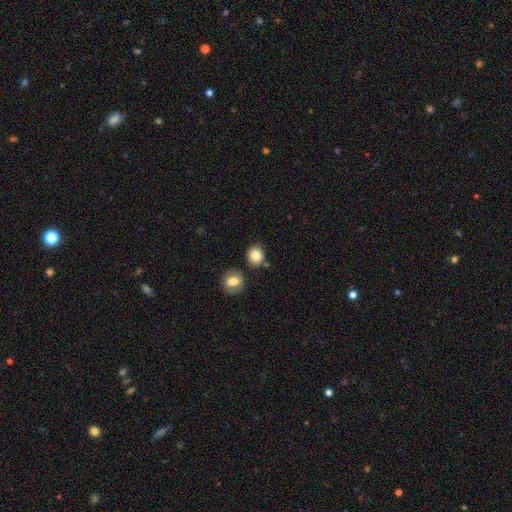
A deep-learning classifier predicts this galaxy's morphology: Smooth or featured: smooth — 83% (star or artifact — 9%)
How rounded: round — 78% (in between — 21%)
Merging: none — 73% (minor disturbance — 13%)